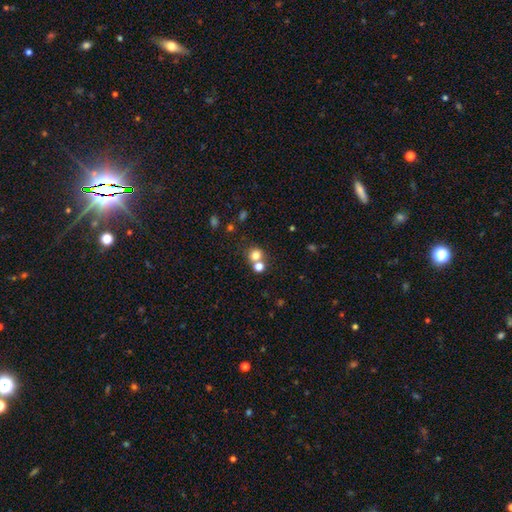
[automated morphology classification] Q: Smooth or featured?
A: smooth (75%); runner-up: star or artifact (16%)
Q: How rounded?
A: round (84%); runner-up: in between (15%)
Q: Merging?
A: none (55%); runner-up: merger (34%)